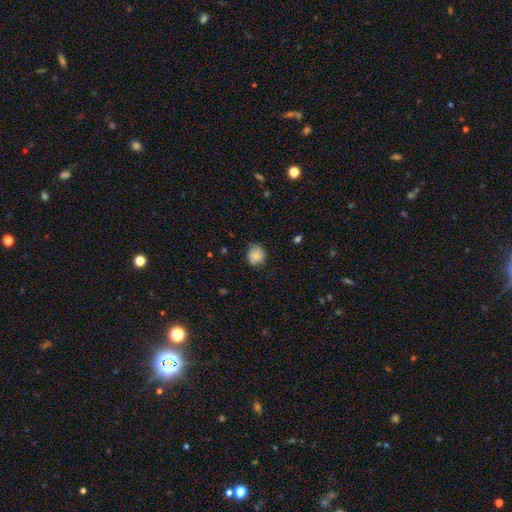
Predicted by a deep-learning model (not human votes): smooth_or_featured: smooth (p=0.84) [alt: star or artifact p=0.09]
how_rounded: round (p=0.81) [alt: in between p=0.18]
merging: none (p=0.74) [alt: minor disturbance p=0.21]